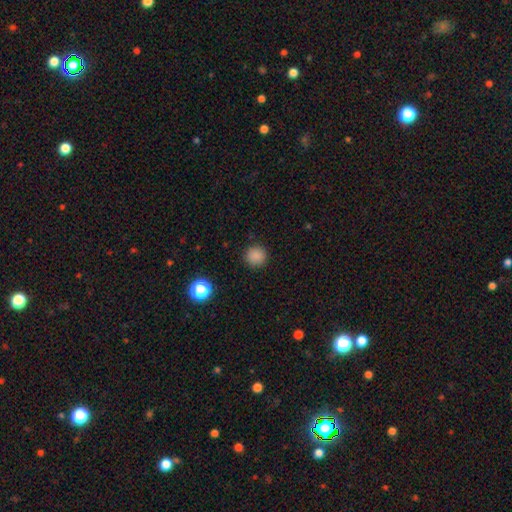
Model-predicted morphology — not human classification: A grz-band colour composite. It shows a smooth galaxy with no disk features (85%) that is round (93%). Merging: none (91%).